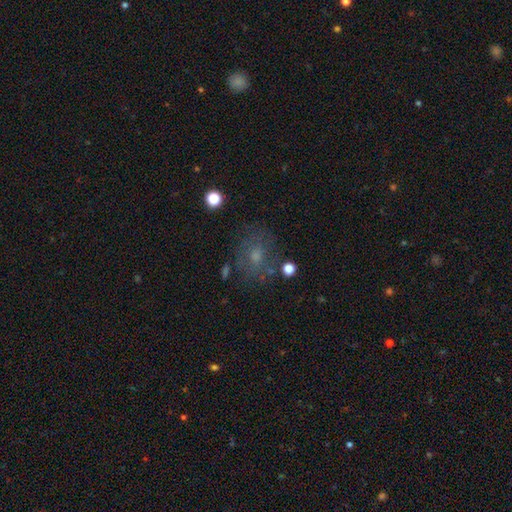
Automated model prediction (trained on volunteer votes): Smooth or featured? Predicted: smooth (p=0.48). Merging? Predicted: none (p=0.66).